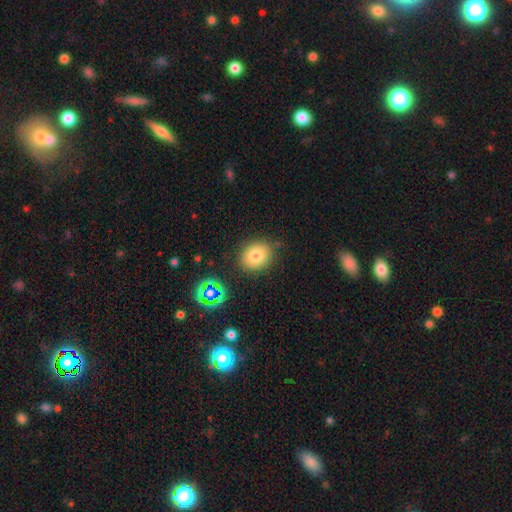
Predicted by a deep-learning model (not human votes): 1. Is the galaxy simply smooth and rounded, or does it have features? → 77% smooth, 13% star or artifact, 10% featured or disk.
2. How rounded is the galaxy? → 59% round, 40% in between, 1% cigar-shaped.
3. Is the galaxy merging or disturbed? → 82% none, 12% minor disturbance, 3% major disturbance, 3% merger.